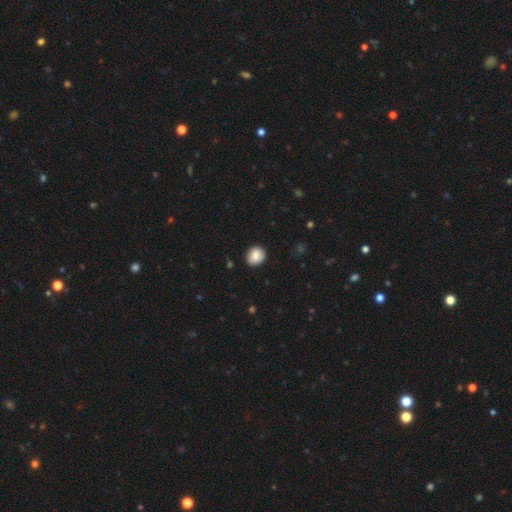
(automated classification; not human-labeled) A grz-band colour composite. It shows a smooth galaxy with no disk features (85%) that is round (79%). Merging: none (89%).